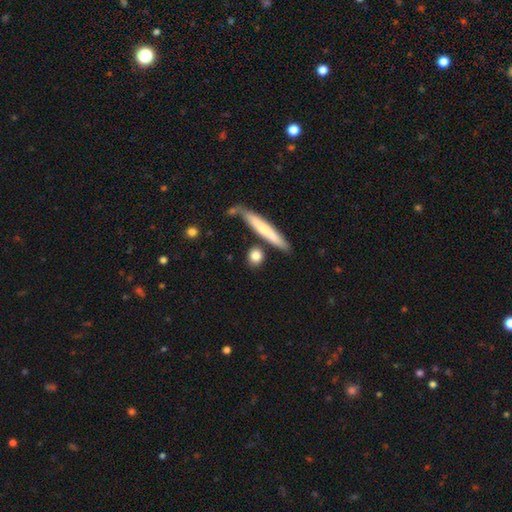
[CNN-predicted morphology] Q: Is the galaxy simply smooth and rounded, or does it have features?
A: smooth — 79%.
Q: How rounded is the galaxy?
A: round — 54%.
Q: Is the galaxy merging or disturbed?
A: none — 75%.